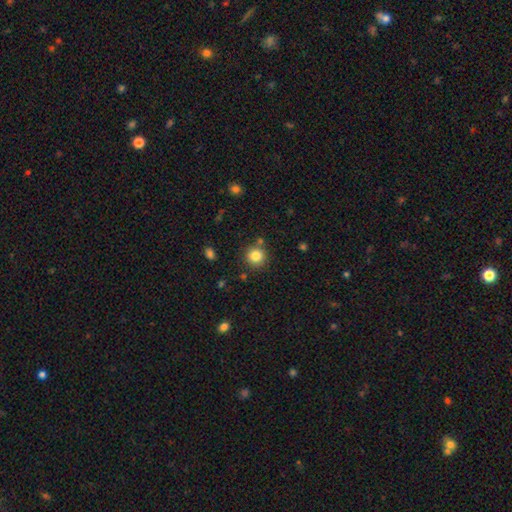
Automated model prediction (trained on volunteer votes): Smooth or featured: smooth — 83% (star or artifact — 11%)
How rounded: round — 93% (in between — 6%)
Merging: none — 82% (minor disturbance — 9%)